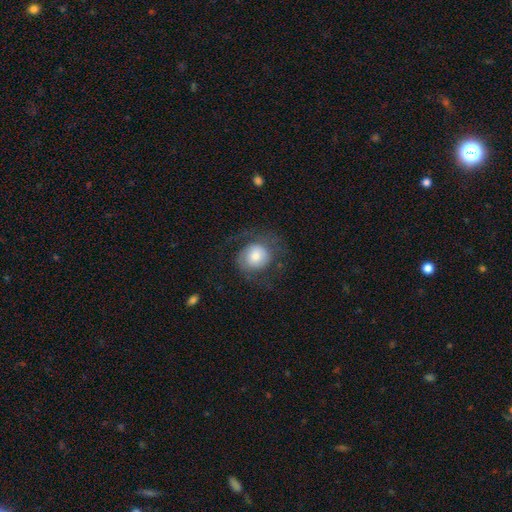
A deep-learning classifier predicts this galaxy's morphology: smooth_or_featured: smooth (p=0.50) [alt: featured or disk p=0.43]
merging: none (p=0.60) [alt: major disturbance p=0.22]